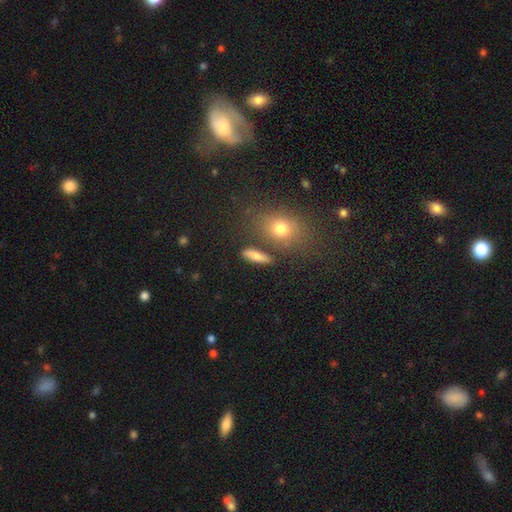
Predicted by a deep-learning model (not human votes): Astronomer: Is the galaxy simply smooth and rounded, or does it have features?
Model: smooth — 79%.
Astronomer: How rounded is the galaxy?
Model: cigar-shaped — 50% (runner-up: in between, 40%).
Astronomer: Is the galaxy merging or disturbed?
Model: none — 76%.